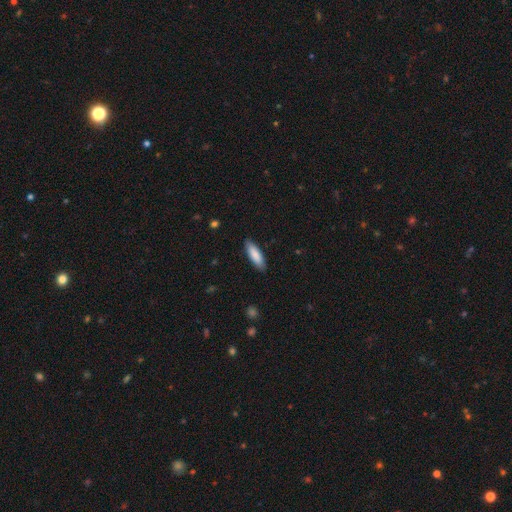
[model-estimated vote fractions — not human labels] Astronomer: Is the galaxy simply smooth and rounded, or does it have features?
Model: smooth — 86%.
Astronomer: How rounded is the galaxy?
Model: cigar-shaped — 53% (runner-up: in between, 46%).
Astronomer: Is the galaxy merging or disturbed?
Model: none — 87%.